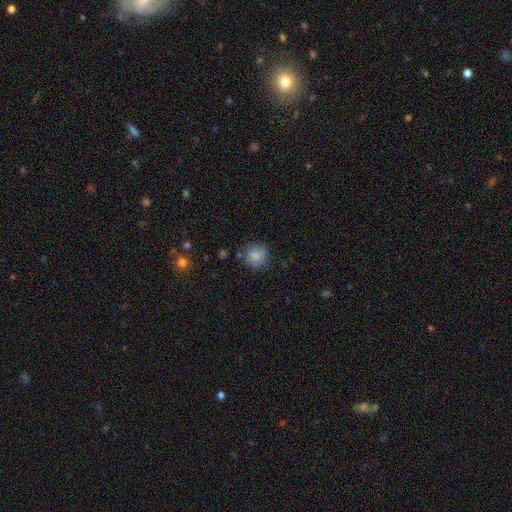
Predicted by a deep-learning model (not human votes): Overall: smooth (83%). How rounded: round (89%). Merging: none (78%).